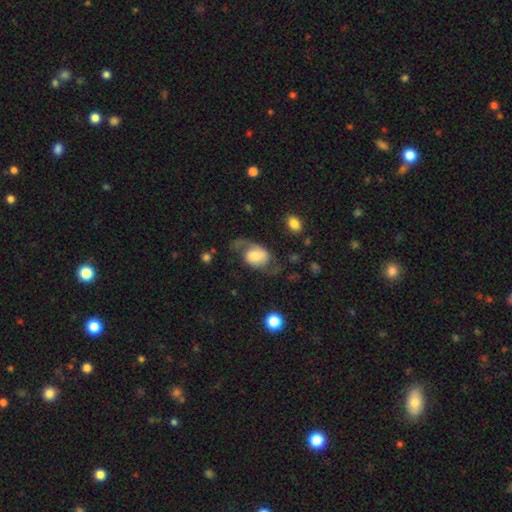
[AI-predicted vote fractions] Smooth or featured: featured or disk — 60% (smooth — 32%)
Edge-on disk: no — 96% (yes — 4%)
Bar: no — 51% (weak — 38%)
Spiral arms: yes — 86% (no — 14%)
Bulge size: moderate — 33% (large — 30%)
Merging: none — 51% (major disturbance — 25%)